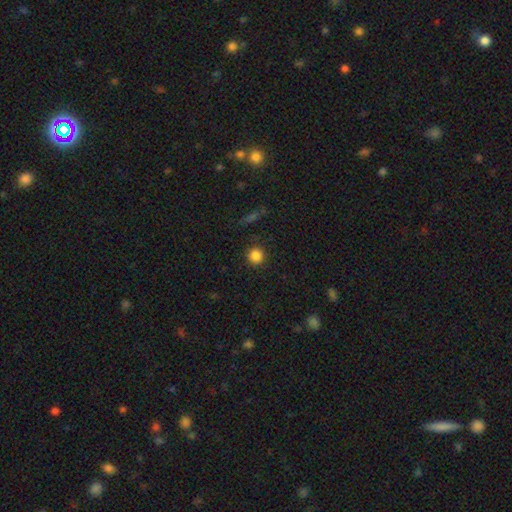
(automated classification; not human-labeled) A smooth galaxy with no disk features (85%) that is round (94%).

Vote fractions:
- Smooth or featured? smooth: 85% / star or artifact: 12% / featured or disk: 4%
- How rounded? round: 94% / in between: 5% / cigar-shaped: 1%
- Merging? none: 90% / minor disturbance: 7% / major disturbance: 2% / merger: 1%